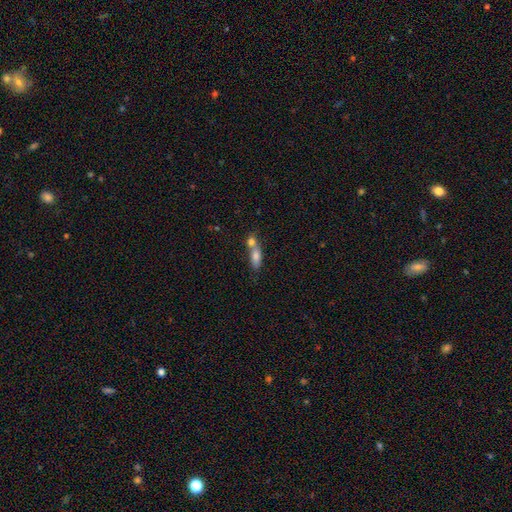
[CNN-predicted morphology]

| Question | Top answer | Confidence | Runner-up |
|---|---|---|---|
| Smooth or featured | smooth | 74% | featured or disk (17%) |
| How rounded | in between | 68% | cigar-shaped (23%) |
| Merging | merger | 60% | none (27%) |